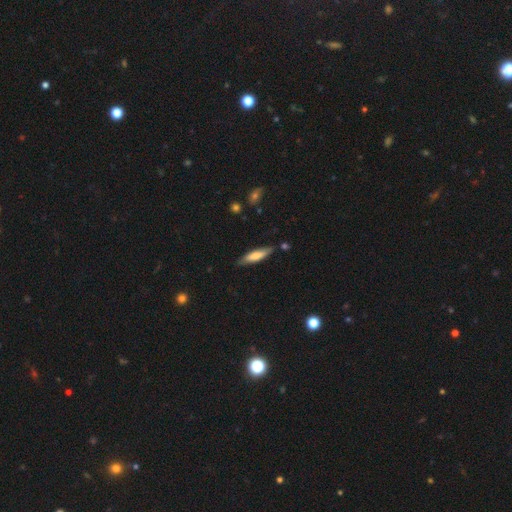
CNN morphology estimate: Smooth or featured? Predicted: smooth (p=0.64). How rounded? Predicted: cigar-shaped (p=0.74). Merging? Predicted: none (p=0.80).